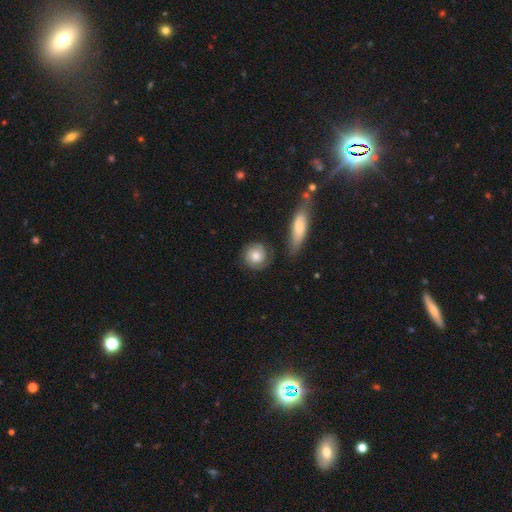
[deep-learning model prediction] The model was most divided on "smooth or featured": smooth: 55%, featured or disk: 39%, star or artifact: 7%. More confident: how rounded — round (85%); merging — none (73%).